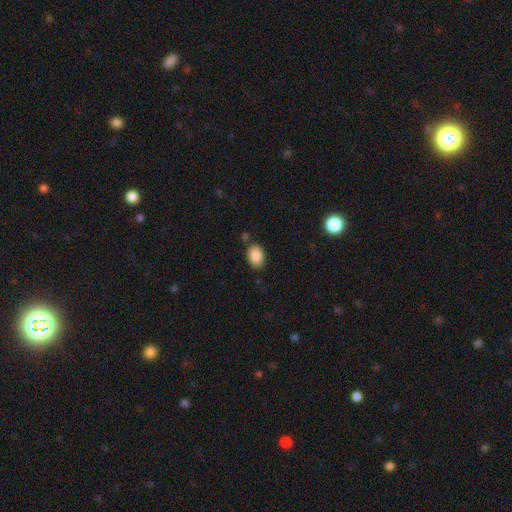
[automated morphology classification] The model was most divided on "how rounded": in between: 83%, round: 16%, cigar-shaped: 1%. More confident: smooth or featured — smooth (89%); merging — none (81%).